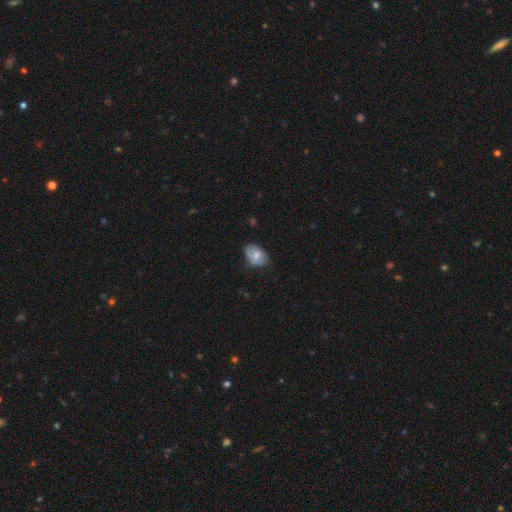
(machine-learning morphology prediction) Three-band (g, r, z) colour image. It shows a smooth galaxy with no disk features (66%) that is in between round and cigar-shaped (85%). Merging: none (62%).